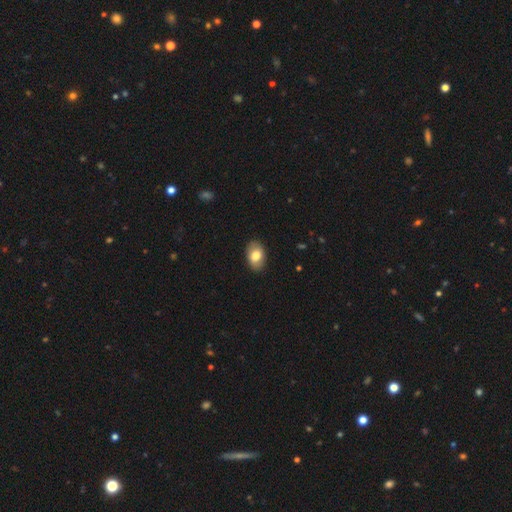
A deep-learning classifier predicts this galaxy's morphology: smooth_or_featured: smooth (p=0.80) [alt: featured or disk p=0.14]
how_rounded: in between (p=0.89) [alt: round p=0.09]
merging: none (p=0.88) [alt: minor disturbance p=0.09]